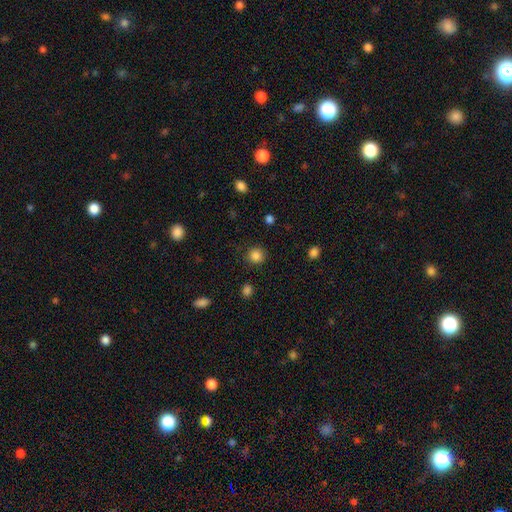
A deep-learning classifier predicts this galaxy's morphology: Q: Smooth or featured?
A: smooth (85%); runner-up: star or artifact (11%)
Q: How rounded?
A: round (89%); runner-up: in between (10%)
Q: Merging?
A: none (86%); runner-up: minor disturbance (9%)